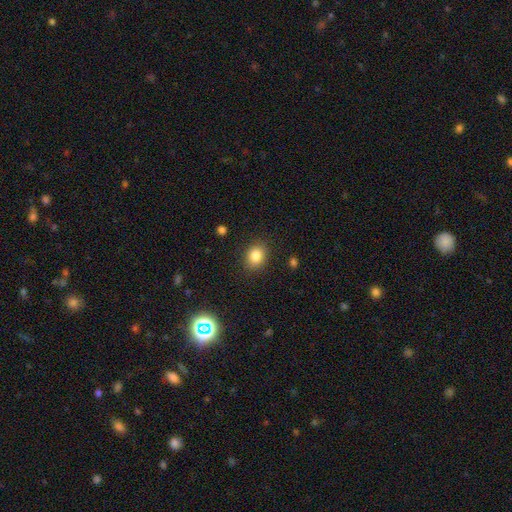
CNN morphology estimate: type=smooth (84%); roundness=round (53%); merging=none (87%).